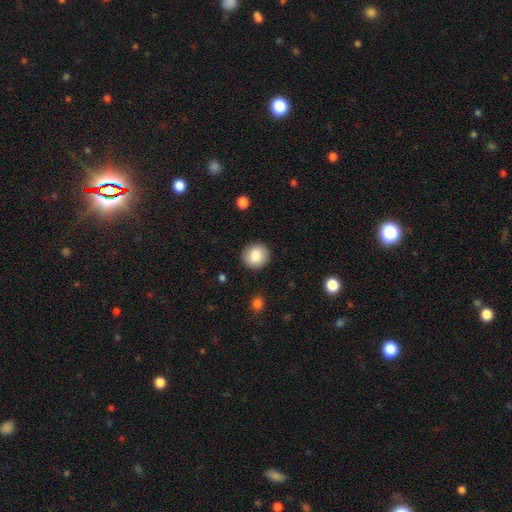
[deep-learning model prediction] Q: Smooth or featured?
A: smooth (86%); runner-up: star or artifact (8%)
Q: How rounded?
A: round (89%); runner-up: in between (10%)
Q: Merging?
A: none (90%); runner-up: minor disturbance (7%)